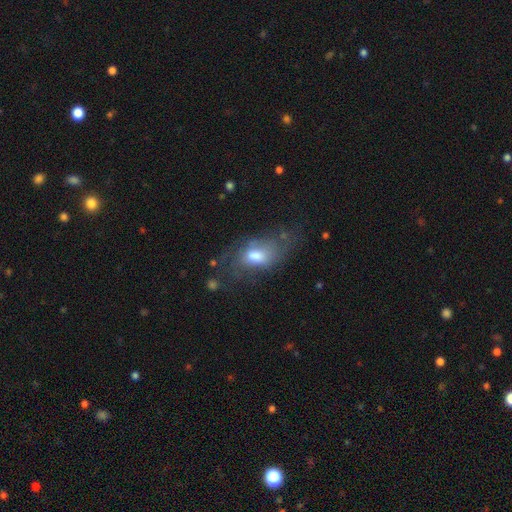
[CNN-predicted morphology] A smooth galaxy with no disk features (52%) that is in between round and cigar-shaped (88%). Merging: none (45%).